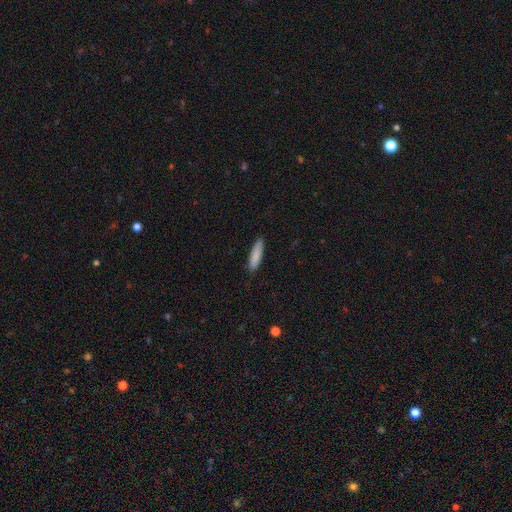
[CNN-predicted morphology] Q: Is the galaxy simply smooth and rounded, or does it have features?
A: smooth — 87%.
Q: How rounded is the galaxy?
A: cigar-shaped — 76%.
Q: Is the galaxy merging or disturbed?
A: none — 86%.